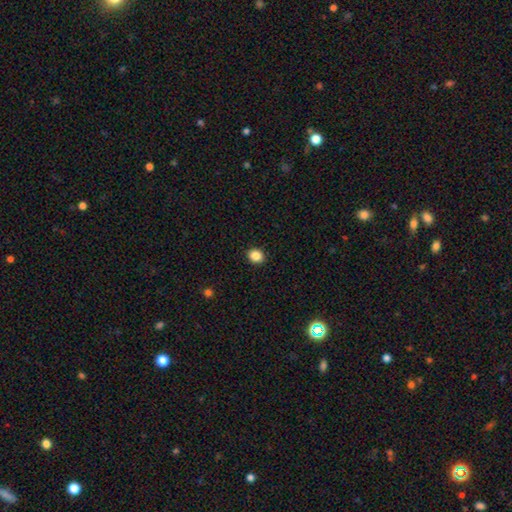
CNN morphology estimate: smooth_or_featured: smooth (p=0.86) [alt: star or artifact p=0.11]
how_rounded: round (p=0.75) [alt: in between p=0.24]
merging: none (p=0.92) [alt: minor disturbance p=0.06]